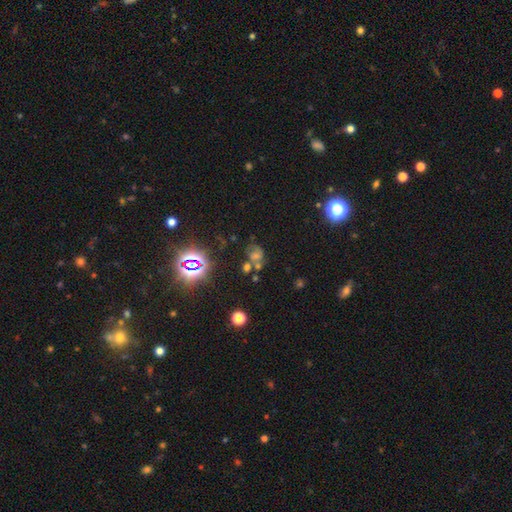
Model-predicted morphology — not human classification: star or artifact 40%, smooth 38%, featured or disk 22%.